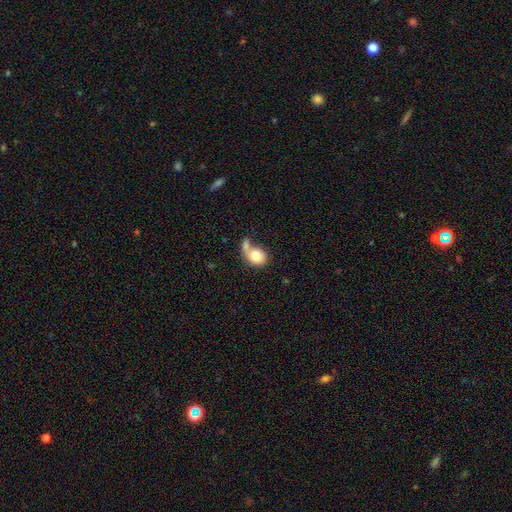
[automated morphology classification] The model was most divided on "how rounded": round: 50%, in between: 49%, cigar-shaped: 1%. Remaining: smooth or featured — smooth (76%); merging — merger (43%).